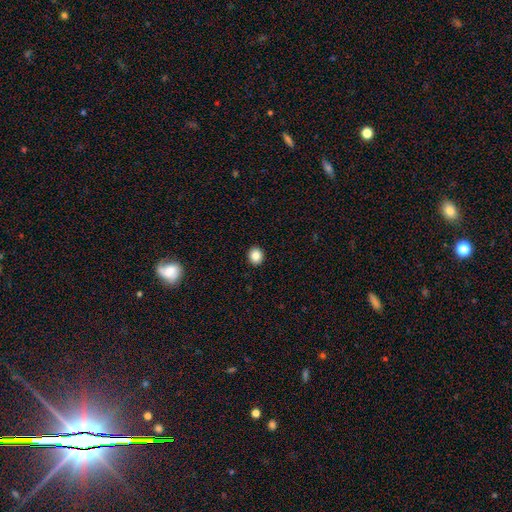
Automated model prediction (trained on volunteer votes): A smooth galaxy with no disk features (85%) that is round (83%). Merging: none (93%).